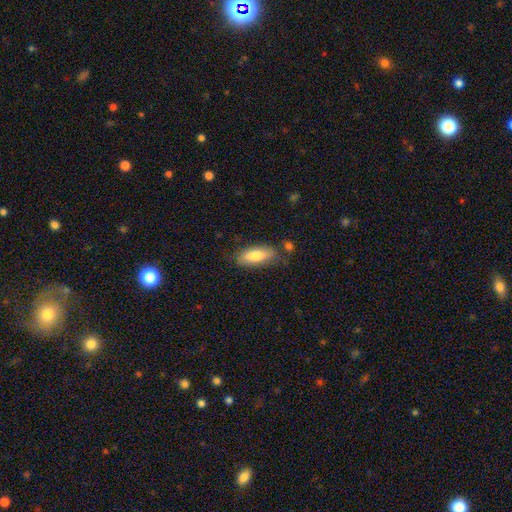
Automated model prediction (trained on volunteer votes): smooth-or-featured: smooth: 77% | featured or disk: 17% | star or artifact: 6%
  how-rounded: in between: 75% | cigar-shaped: 23% | round: 2%
  merging: none: 77% | minor disturbance: 16% | merger: 4% | major disturbance: 3%